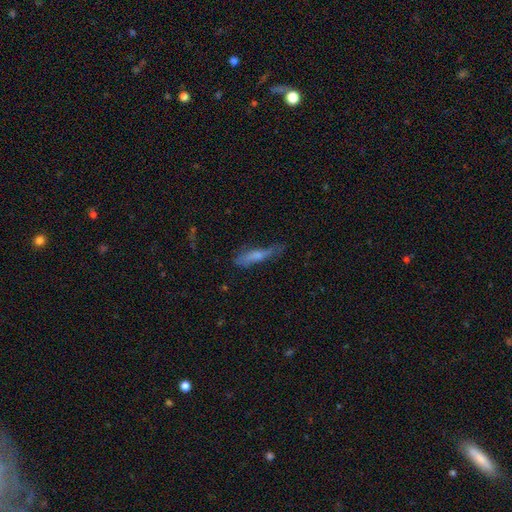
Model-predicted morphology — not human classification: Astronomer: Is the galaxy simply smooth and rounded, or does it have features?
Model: smooth — 60%.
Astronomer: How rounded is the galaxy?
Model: cigar-shaped — 82%.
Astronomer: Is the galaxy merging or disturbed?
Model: none — 56%.